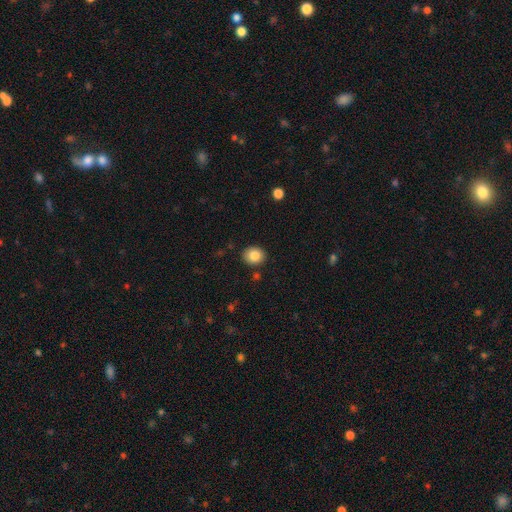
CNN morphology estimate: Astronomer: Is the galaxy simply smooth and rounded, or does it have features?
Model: smooth — 84%.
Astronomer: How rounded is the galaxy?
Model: round — 66%.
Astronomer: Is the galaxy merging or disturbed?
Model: none — 88%.